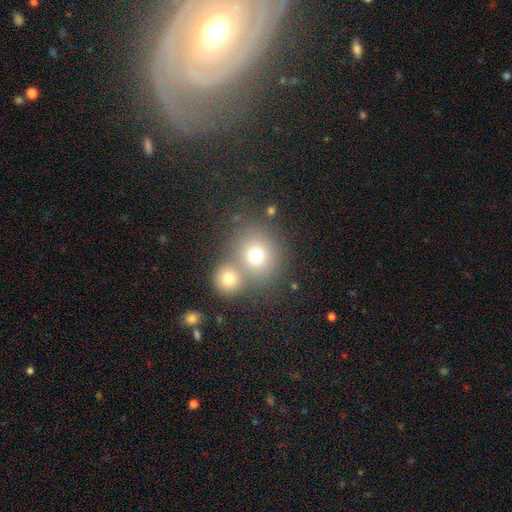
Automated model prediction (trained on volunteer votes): Smooth or featured? Predicted: smooth (p=0.60). How rounded? Predicted: round (p=0.84). Merging? Predicted: none (p=0.52).